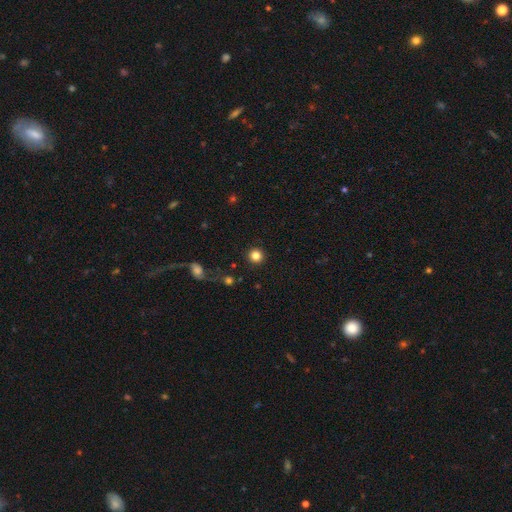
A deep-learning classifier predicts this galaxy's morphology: Smooth or featured: smooth — 84% (star or artifact — 11%)
How rounded: round — 95% (in between — 4%)
Merging: none — 91% (minor disturbance — 5%)